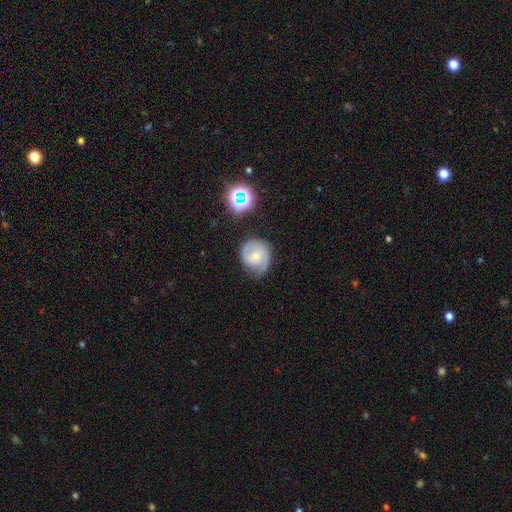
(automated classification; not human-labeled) This is likely a featured or disk galaxy (65%). It is clearly not viewed edge-on (98%). Bar: likely no (65%). Spiral arm pattern: clearly yes (91%). Spiral arm count: likely 2 (68%). Spiral winding: marginally tight (45%). Central bulge: possibly small (56%). Merging: likely none (66%).